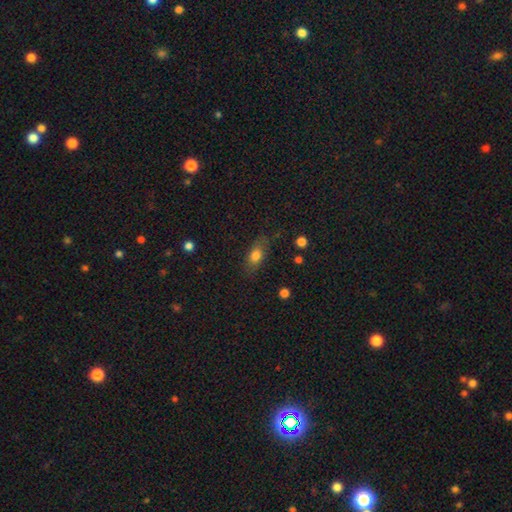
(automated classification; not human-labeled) Smooth or featured? Predicted: smooth (p=0.75). How rounded? Predicted: in between (p=0.76). Merging? Predicted: none (p=0.75).